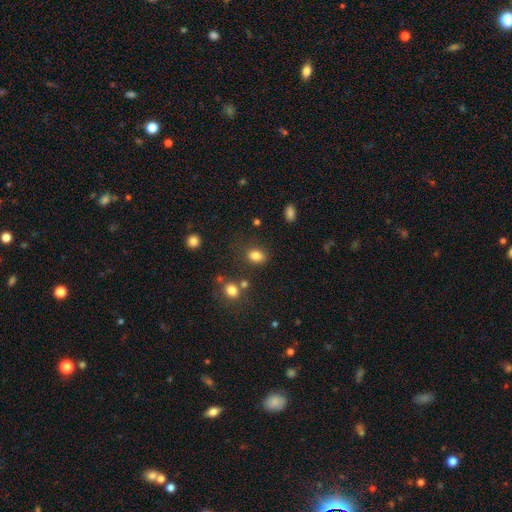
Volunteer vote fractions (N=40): Smooth or featured: smooth — 82% (star or artifact — 12%)
How rounded: in between — 70% (round — 30%)
Merging: none — 69% (minor disturbance — 23%)